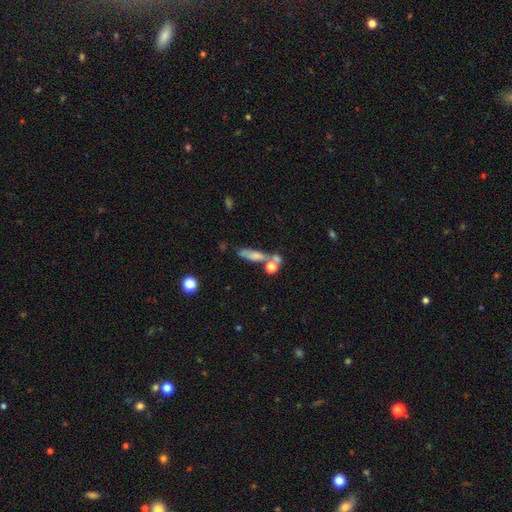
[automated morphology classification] Smooth or featured?
  - smooth: 50% *
  - featured or disk: 33%
  - star or artifact: 17%
Merging?
  - none: 54% *
  - merger: 23%
  - minor disturbance: 15%
  - major disturbance: 8%